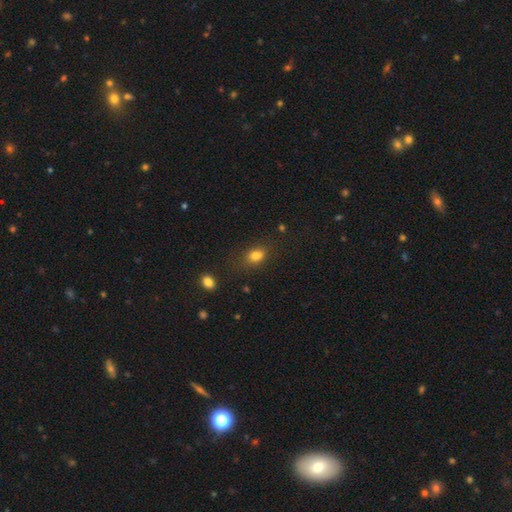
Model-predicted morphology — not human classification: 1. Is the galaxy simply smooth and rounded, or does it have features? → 80% smooth, 12% star or artifact, 8% featured or disk.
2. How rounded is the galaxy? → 72% in between, 26% round, 2% cigar-shaped.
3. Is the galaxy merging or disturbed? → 64% none, 21% minor disturbance, 8% major disturbance, 7% merger.